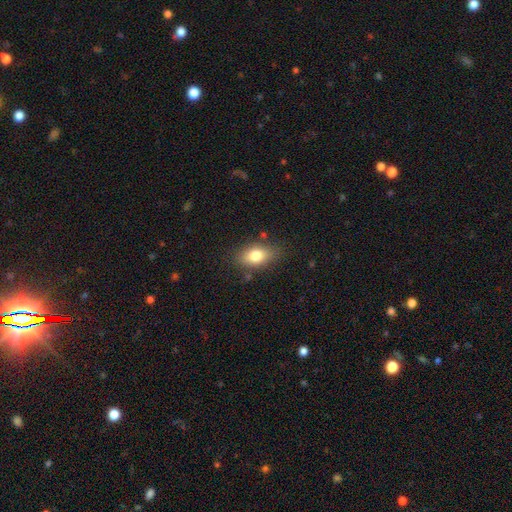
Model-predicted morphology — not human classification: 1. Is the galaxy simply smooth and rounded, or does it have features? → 78% smooth, 13% featured or disk, 9% star or artifact.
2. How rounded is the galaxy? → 84% in between, 12% round, 4% cigar-shaped.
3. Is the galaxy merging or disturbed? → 78% none, 16% minor disturbance, 4% major disturbance, 2% merger.